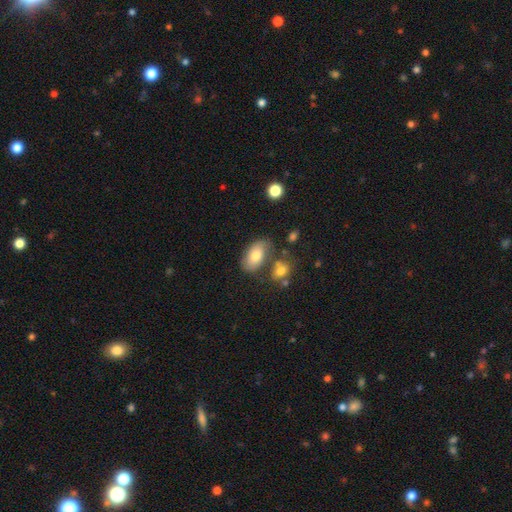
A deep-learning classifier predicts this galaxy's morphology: Smooth or featured?
  - smooth: 75% *
  - featured or disk: 18%
  - star or artifact: 8%
How rounded?
  - in between: 92% *
  - round: 6%
  - cigar-shaped: 2%
Merging?
  - none: 65% *
  - minor disturbance: 17%
  - merger: 13%
  - major disturbance: 5%